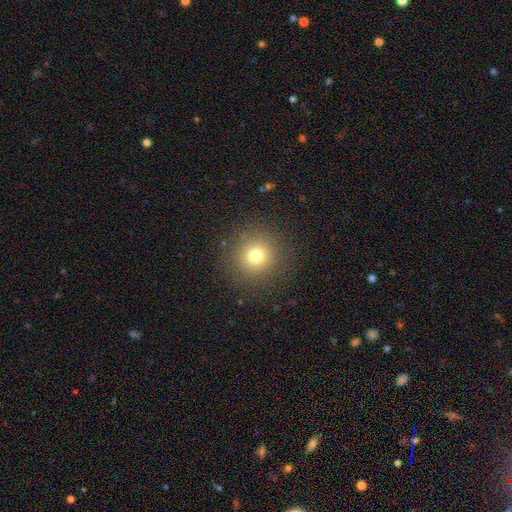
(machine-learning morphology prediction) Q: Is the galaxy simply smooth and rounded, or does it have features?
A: smooth — 74%.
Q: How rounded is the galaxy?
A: round — 95%.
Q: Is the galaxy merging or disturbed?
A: none — 89%.